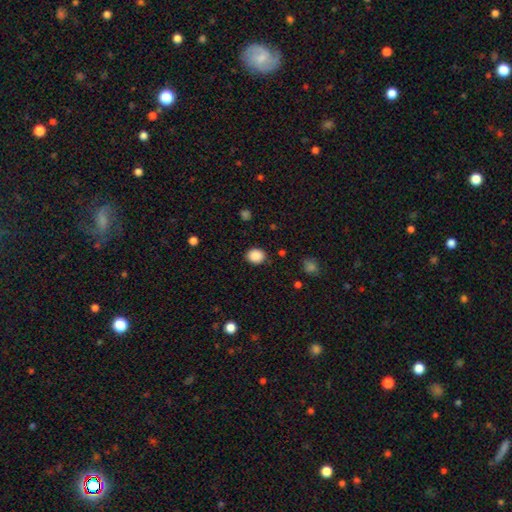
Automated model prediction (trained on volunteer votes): Smooth or featured?
  - smooth: 88% *
  - star or artifact: 9%
  - featured or disk: 3%
How rounded?
  - round: 66% *
  - in between: 33%
  - cigar-shaped: 1%
Merging?
  - none: 87% *
  - minor disturbance: 9%
  - major disturbance: 3%
  - merger: 1%